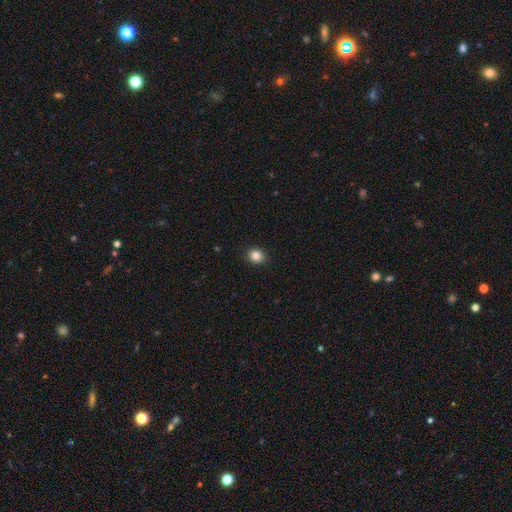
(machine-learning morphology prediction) Smooth or featured? Predicted: smooth (p=0.83). How rounded? Predicted: round (p=0.77). Merging? Predicted: none (p=0.91).